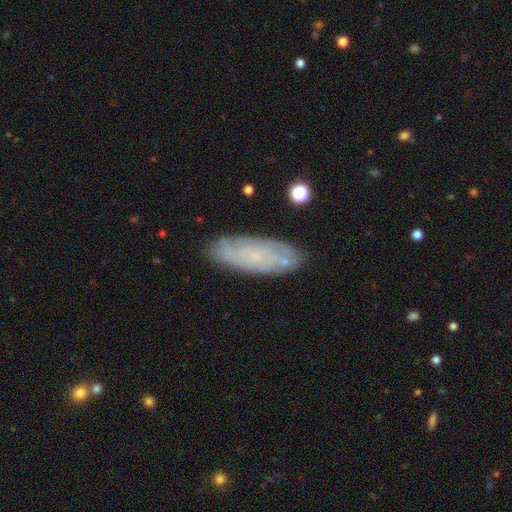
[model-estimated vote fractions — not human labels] featured or disk 48%, smooth 41%, star or artifact 11%. Down the decision tree: merging — none (84%).